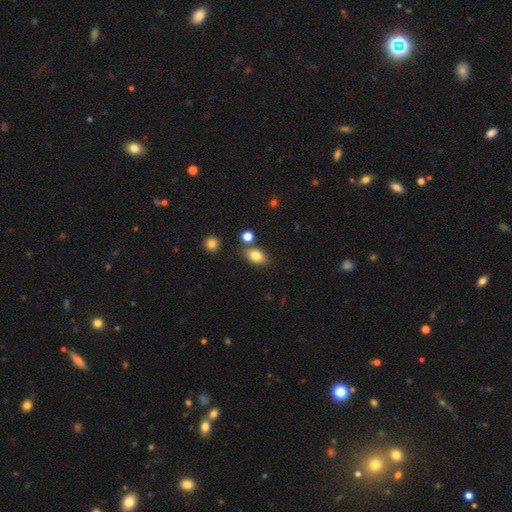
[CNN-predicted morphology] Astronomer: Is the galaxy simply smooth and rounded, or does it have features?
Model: smooth — 81%.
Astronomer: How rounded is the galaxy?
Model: in between — 82%.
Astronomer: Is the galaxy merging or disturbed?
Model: none — 76%.